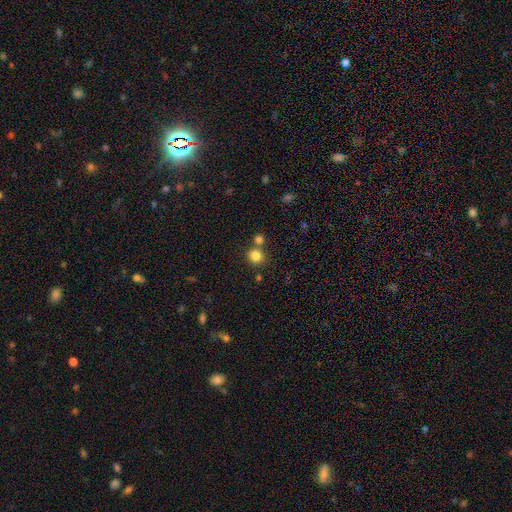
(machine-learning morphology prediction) Q: Smooth or featured?
A: smooth (82%); runner-up: star or artifact (12%)
Q: How rounded?
A: round (86%); runner-up: in between (13%)
Q: Merging?
A: none (66%); runner-up: merger (23%)